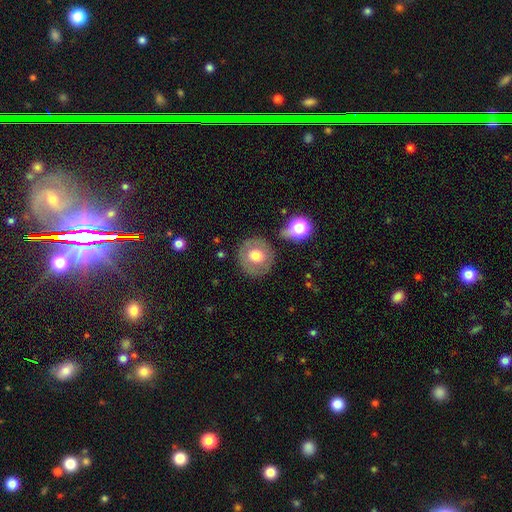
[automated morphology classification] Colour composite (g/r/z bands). It shows a smooth galaxy with no disk features (61%) that is round (91%). Merging: none (80%).